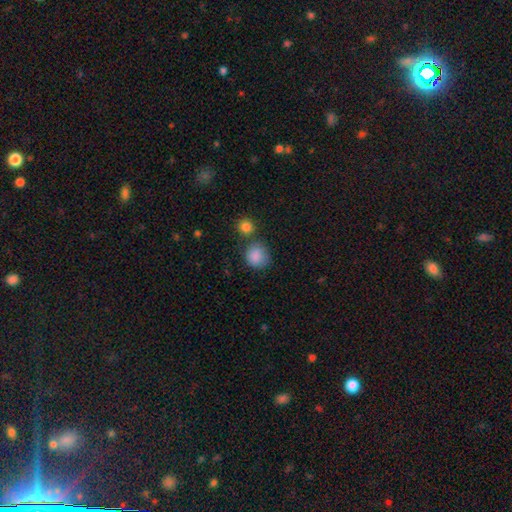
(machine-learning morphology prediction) A smooth galaxy with no disk features (87%) that is round (84%).

Vote fractions:
- Smooth or featured? smooth: 87% / star or artifact: 8% / featured or disk: 4%
- How rounded? round: 84% / in between: 15% / cigar-shaped: 1%
- Merging? none: 65% / minor disturbance: 15% / merger: 14% / major disturbance: 5%